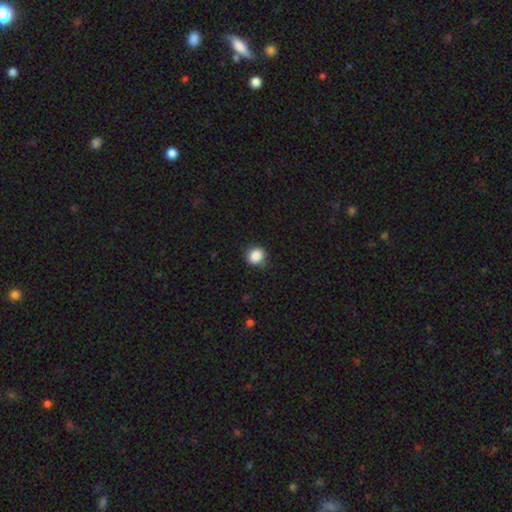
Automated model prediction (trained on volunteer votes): Q: Smooth or featured?
A: smooth (87%); runner-up: star or artifact (9%)
Q: How rounded?
A: round (76%); runner-up: in between (23%)
Q: Merging?
A: none (80%); runner-up: minor disturbance (15%)